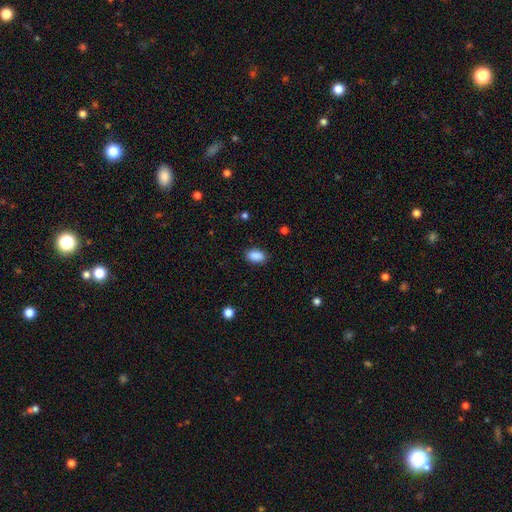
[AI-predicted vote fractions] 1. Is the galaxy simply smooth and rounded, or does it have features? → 89% smooth, 8% star or artifact, 3% featured or disk.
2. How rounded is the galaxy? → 90% in between, 8% round, 2% cigar-shaped.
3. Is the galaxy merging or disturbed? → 87% none, 10% minor disturbance, 2% major disturbance, 1% merger.